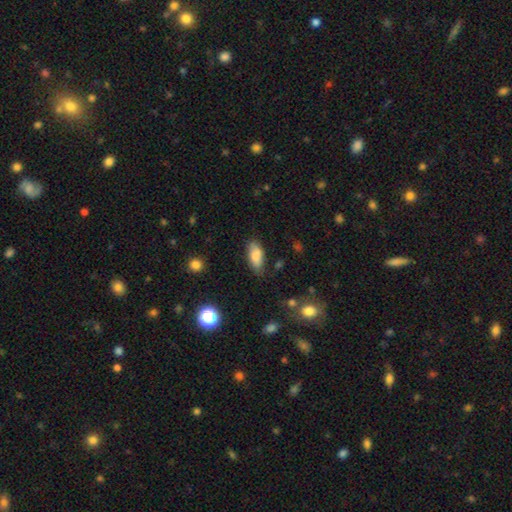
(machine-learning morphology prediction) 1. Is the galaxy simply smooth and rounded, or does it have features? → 83% smooth, 10% featured or disk, 7% star or artifact.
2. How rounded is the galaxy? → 85% in between, 12% cigar-shaped, 2% round.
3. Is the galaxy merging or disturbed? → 74% none, 20% minor disturbance, 4% major disturbance, 2% merger.